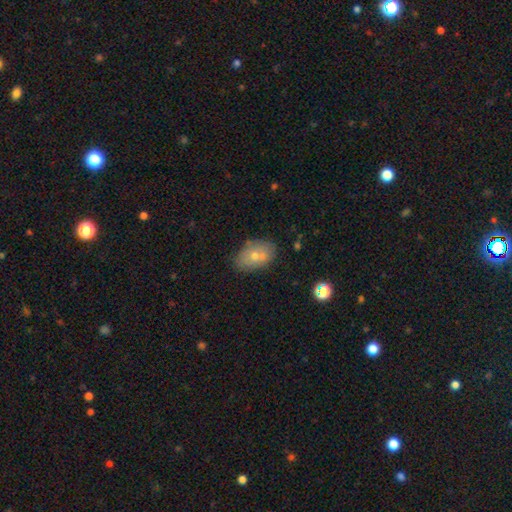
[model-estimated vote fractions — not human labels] This appears to be a smooth galaxy with no disk features (66%) that is in between round and cigar-shaped (87%). Merging: none (65%).